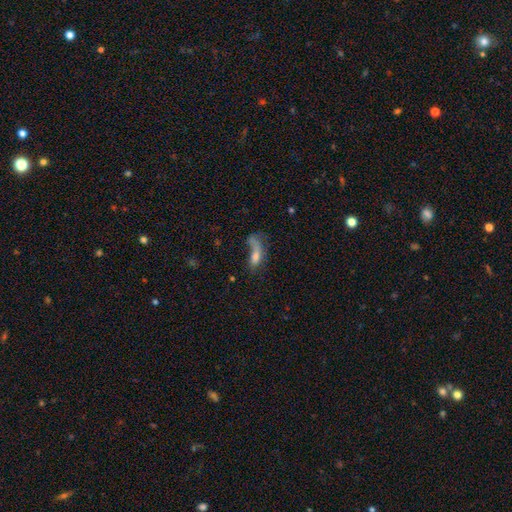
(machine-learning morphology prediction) Overall: smooth (56%; featured or disk 29%). How rounded: in between (58%; cigar-shaped 35%). Merging: major disturbance (40%; none 26%).